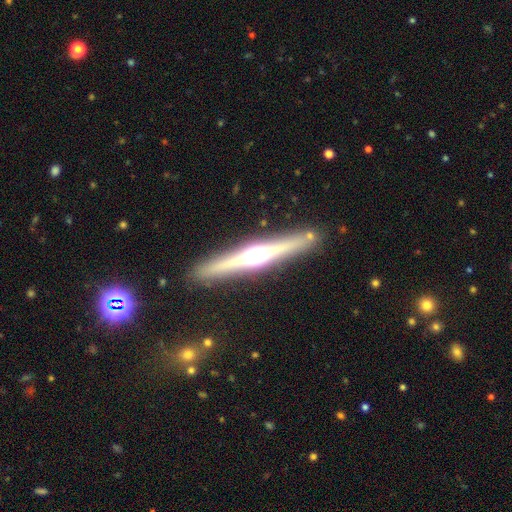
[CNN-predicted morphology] smooth-or-featured: featured or disk: 77% | smooth: 17% | star or artifact: 6%
  disk-edge-on: yes: 97% | no: 3%
    edge-on-bulge: rounded: 89% | boxy: 7% | none: 3%
  merging: none: 88% | minor disturbance: 8% | merger: 2% | major disturbance: 2%